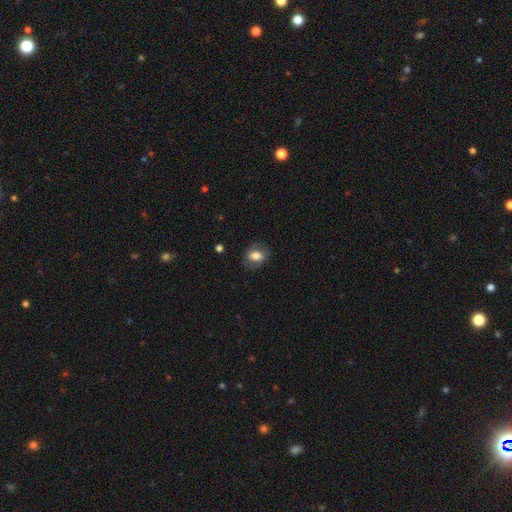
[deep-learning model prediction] Smooth or featured? Predicted: smooth (p=0.66). How rounded? Predicted: in between (p=0.69). Merging? Predicted: none (p=0.75).